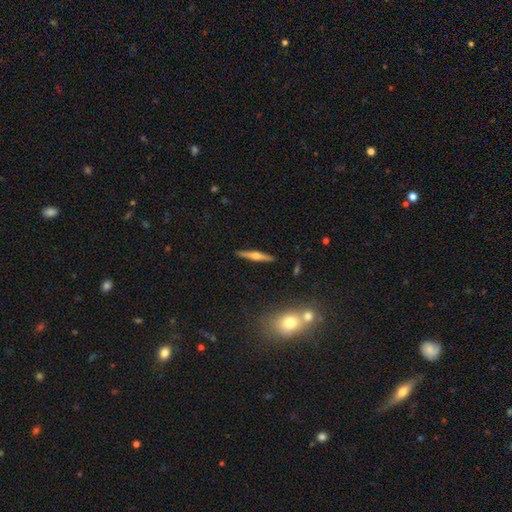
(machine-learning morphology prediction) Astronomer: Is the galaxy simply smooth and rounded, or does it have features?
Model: featured or disk — 67%.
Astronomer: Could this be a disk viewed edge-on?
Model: yes — 97%.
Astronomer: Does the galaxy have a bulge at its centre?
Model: rounded — 91%.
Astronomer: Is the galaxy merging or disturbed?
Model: none — 91%.